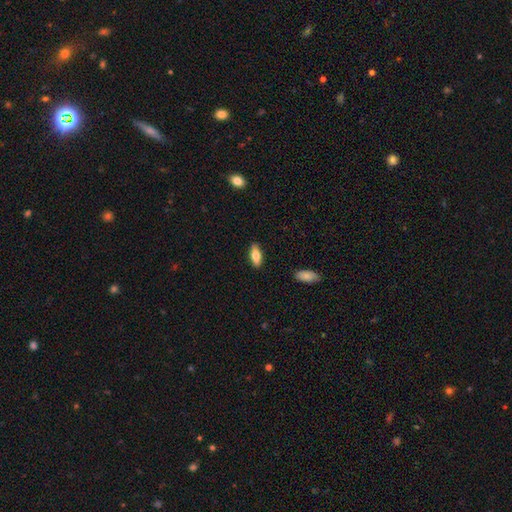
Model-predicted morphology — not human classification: smooth_or_featured: smooth (p=0.70) [alt: featured or disk p=0.24]
how_rounded: in between (p=0.76) [alt: cigar-shaped p=0.22]
merging: none (p=0.88) [alt: minor disturbance p=0.09]